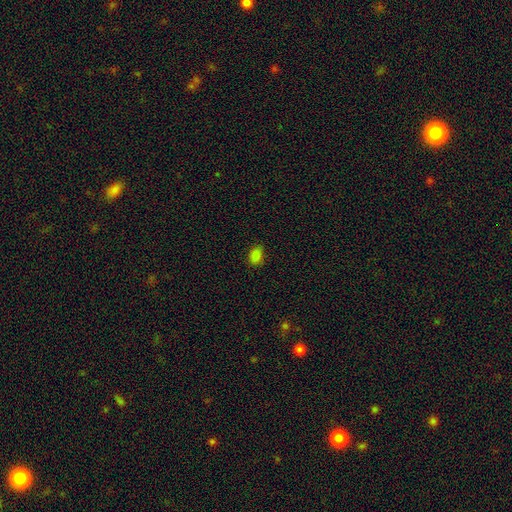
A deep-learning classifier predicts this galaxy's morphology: This is clearly a smooth galaxy (83%). How rounded: likely in between (77%). Merging: clearly none (83%).